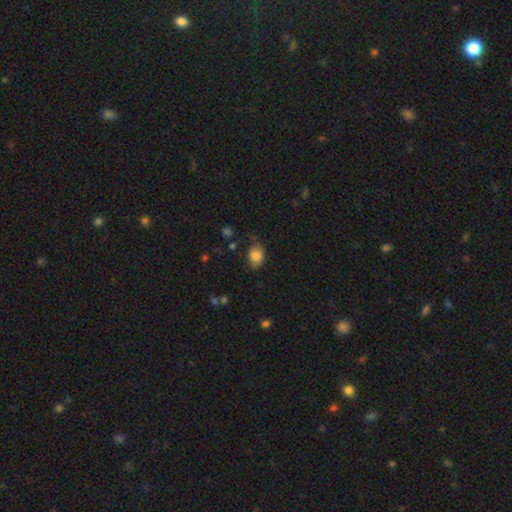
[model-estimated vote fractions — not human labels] A smooth galaxy with no disk features (81%) that is in between round and cigar-shaped (62%). Merging: none (52%).